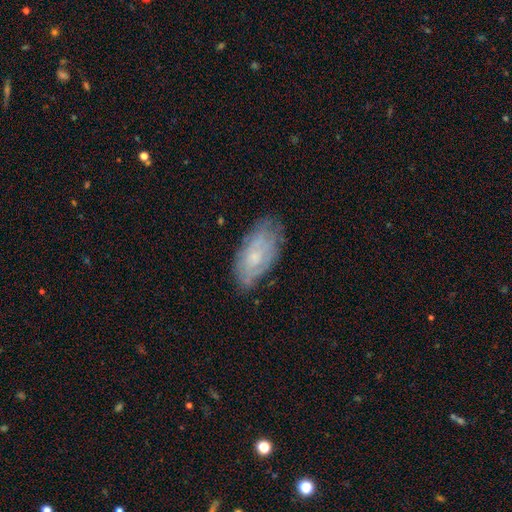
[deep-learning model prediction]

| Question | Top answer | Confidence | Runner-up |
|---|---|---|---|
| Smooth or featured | featured or disk | 53% | smooth (40%) |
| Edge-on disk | no | 90% | yes (10%) |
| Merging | none | 67% | minor disturbance (25%) |